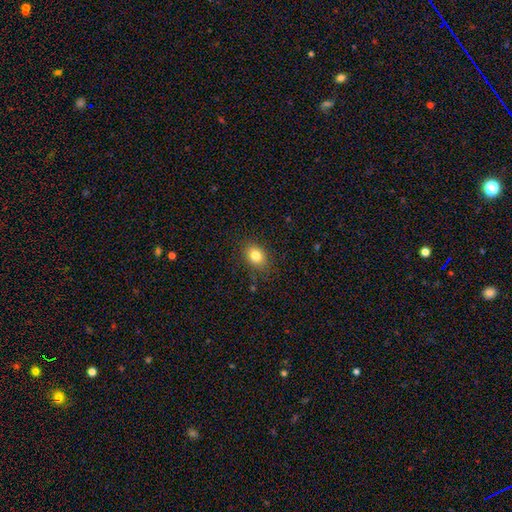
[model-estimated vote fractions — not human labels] Smooth or featured: smooth — 82% (star or artifact — 10%)
How rounded: in between — 64% (round — 35%)
Merging: none — 85% (minor disturbance — 11%)